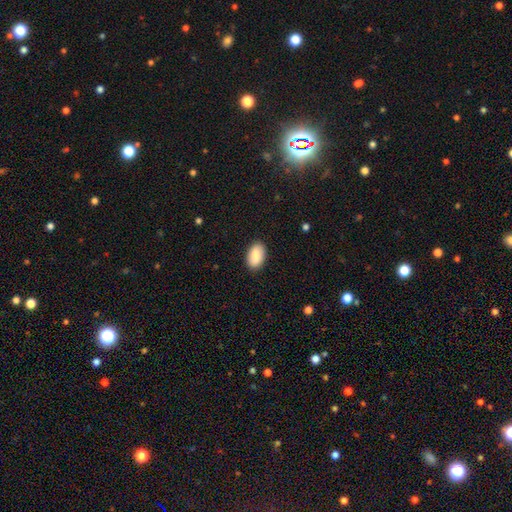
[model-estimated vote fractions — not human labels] A smooth galaxy with no disk features (84%) that is in between round and cigar-shaped (93%).

Vote fractions:
- Smooth or featured? smooth: 84% / featured or disk: 10% / star or artifact: 6%
- How rounded? in between: 93% / round: 5% / cigar-shaped: 2%
- Merging? none: 88% / minor disturbance: 9% / major disturbance: 2% / merger: 1%